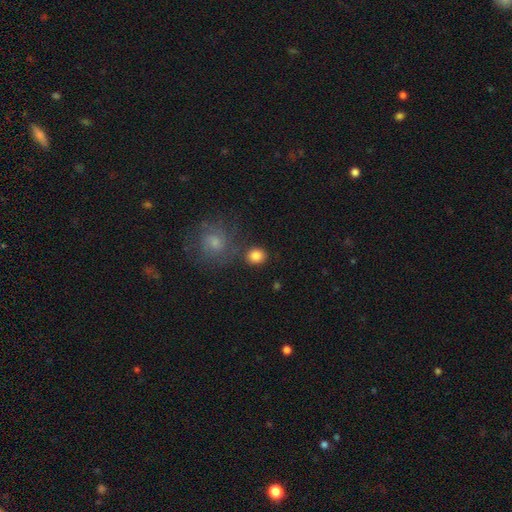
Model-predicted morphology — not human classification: Smooth or featured? Predicted: smooth (p=0.86). How rounded? Predicted: round (p=0.80). Merging? Predicted: none (p=0.78).